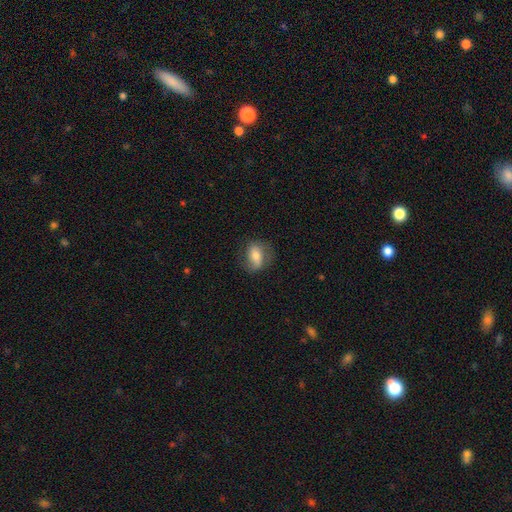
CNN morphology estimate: This appears to be a smooth galaxy with no disk features (58%) that is in between round and cigar-shaped (70%). Merging: none (69%).